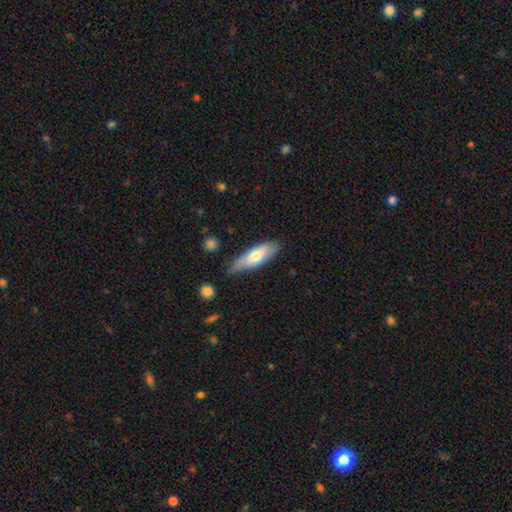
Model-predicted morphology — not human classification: Smooth or featured? Predicted: smooth (p=0.63). How rounded? Predicted: in between (p=0.52). Merging? Predicted: none (p=0.66).